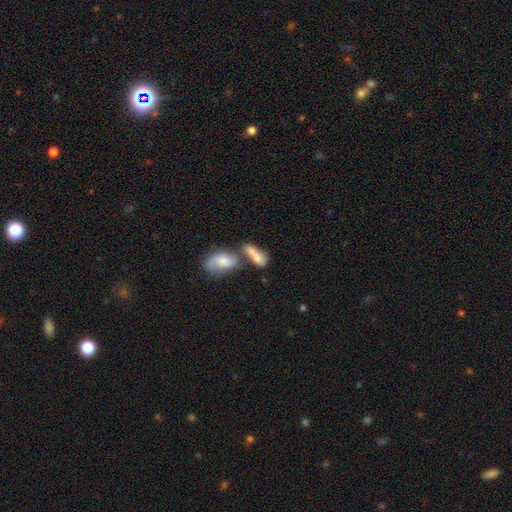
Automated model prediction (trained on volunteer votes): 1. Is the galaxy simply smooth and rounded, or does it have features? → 61% smooth, 31% featured or disk, 8% star or artifact.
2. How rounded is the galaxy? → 76% in between, 18% cigar-shaped, 6% round.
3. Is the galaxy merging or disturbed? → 62% merger, 21% none, 10% minor disturbance, 7% major disturbance.